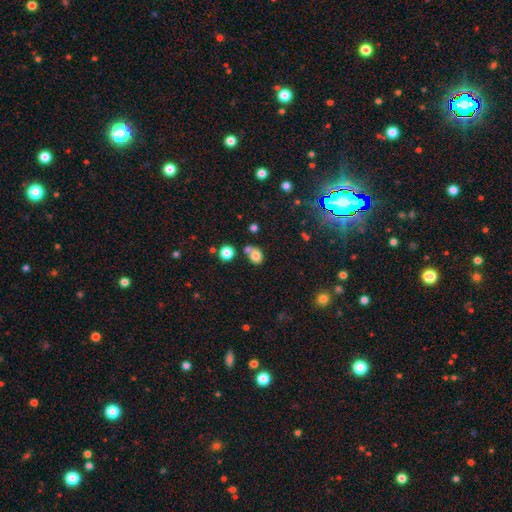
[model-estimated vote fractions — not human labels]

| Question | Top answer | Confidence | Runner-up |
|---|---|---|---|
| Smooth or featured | smooth | 77% | star or artifact (14%) |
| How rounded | round | 63% | in between (36%) |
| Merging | none | 52% | merger (31%) |